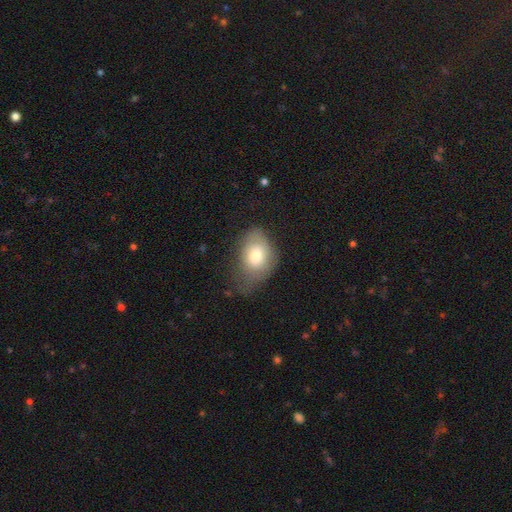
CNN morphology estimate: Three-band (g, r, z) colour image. It shows a smooth galaxy with no disk features (71%) that is in between round and cigar-shaped (70%). Merging: none (39%).